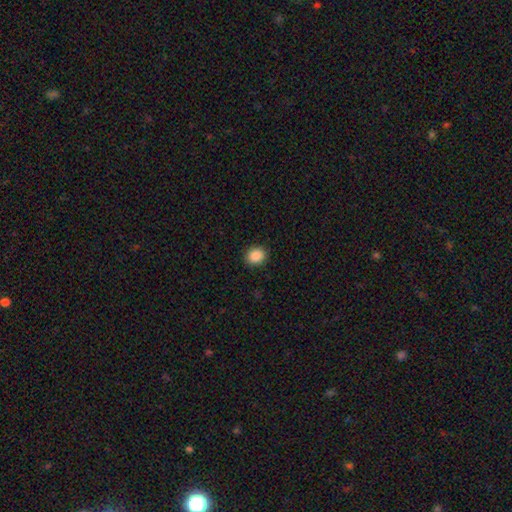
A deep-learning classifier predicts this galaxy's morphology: Smooth or featured?
  - smooth: 87% *
  - star or artifact: 9%
  - featured or disk: 3%
How rounded?
  - round: 73% *
  - in between: 27%
  - cigar-shaped: 1%
Merging?
  - none: 91% *
  - minor disturbance: 6%
  - major disturbance: 2%
  - merger: 1%